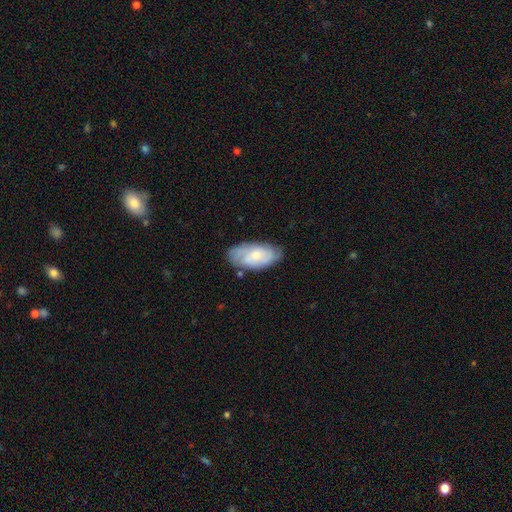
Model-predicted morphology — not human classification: The model was most divided on "smooth or featured": featured or disk: 54%, smooth: 40%, star or artifact: 6%. More confident: edge-on disk — no (92%); merging — none (71%).